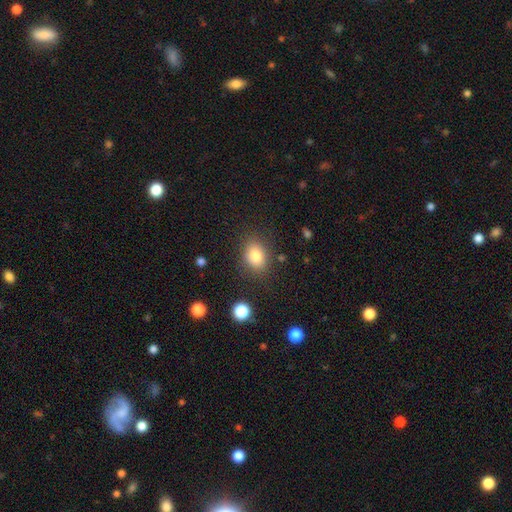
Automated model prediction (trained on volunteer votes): This is clearly a smooth galaxy (80%). How rounded: possibly in between (58%). Merging: clearly none (82%).